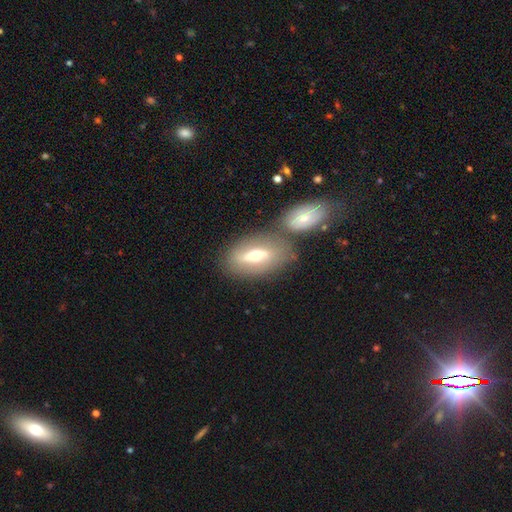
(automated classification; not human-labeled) The model was most divided on "smooth or featured": smooth: 51%, featured or disk: 42%, star or artifact: 7%. More confident: how rounded — in between (83%); merging — none (57%).